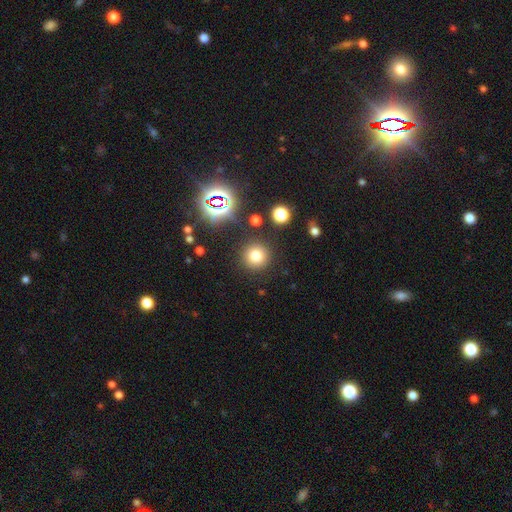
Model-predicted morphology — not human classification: Overall: smooth (74%). How rounded: round (94%). Merging: none (87%).